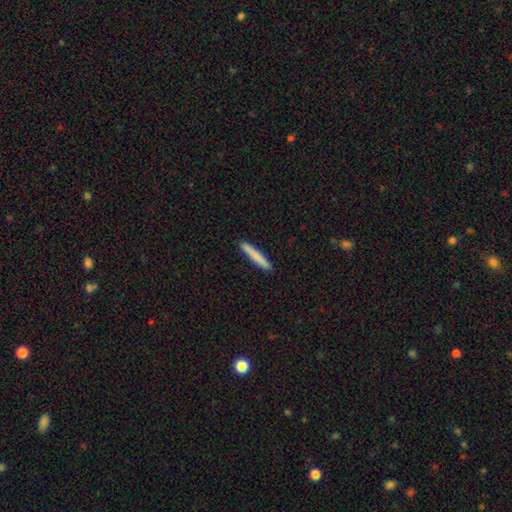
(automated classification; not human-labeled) A smooth galaxy with no disk features (80%) that is cigar-shaped (96%).

Vote fractions:
- Smooth or featured? smooth: 80% / featured or disk: 14% / star or artifact: 6%
- How rounded? cigar-shaped: 96% / in between: 3% / round: 1%
- Merging? none: 91% / minor disturbance: 6% / major disturbance: 1% / merger: 1%